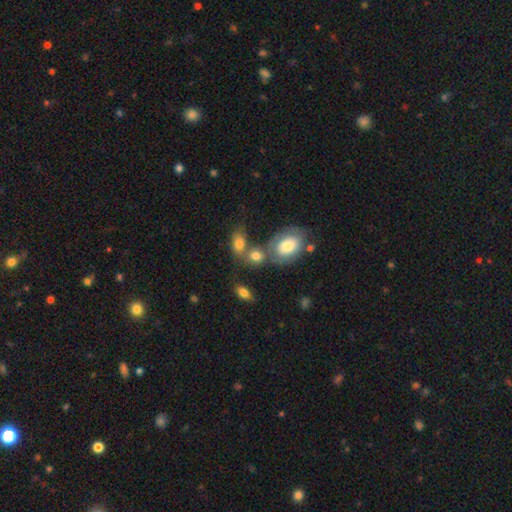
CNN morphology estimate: smooth_or_featured: smooth (p=0.74) [alt: featured or disk p=0.16]
how_rounded: in between (p=0.64) [alt: round p=0.34]
merging: merger (p=0.40) [alt: none p=0.39]